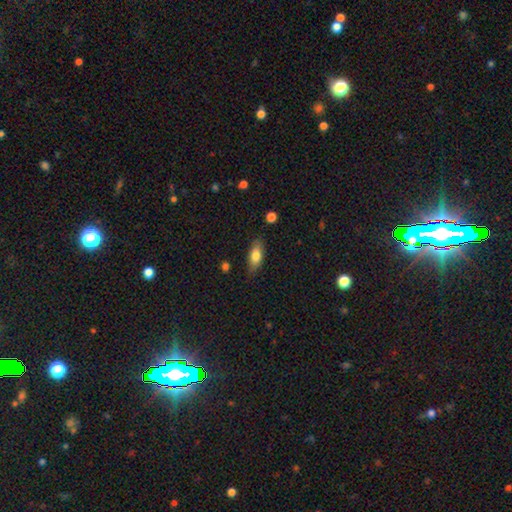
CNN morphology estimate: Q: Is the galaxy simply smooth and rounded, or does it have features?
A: smooth — 76%.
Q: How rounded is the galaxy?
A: in between — 78%.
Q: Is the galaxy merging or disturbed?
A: none — 81%.